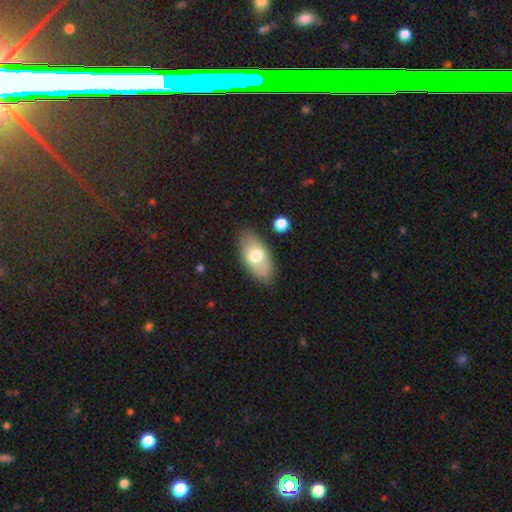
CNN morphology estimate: Smooth or featured: smooth — 68% (featured or disk — 26%)
How rounded: in between — 91% (cigar-shaped — 5%)
Merging: none — 84% (minor disturbance — 11%)